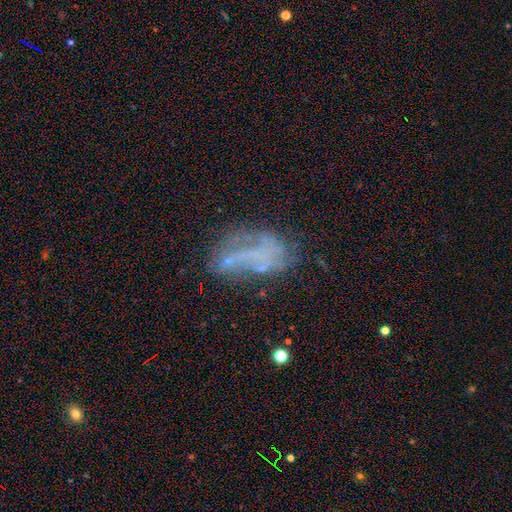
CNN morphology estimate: type=featured or disk (53%); edge-on=no (95%); bar=no (83%); spiral arms=no (78%); bulge=none (82%); merging=none (42%).